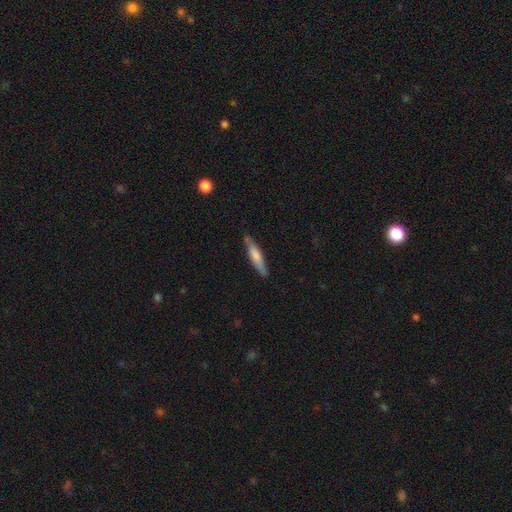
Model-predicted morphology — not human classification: The model was most divided on "smooth or featured": smooth: 61%, featured or disk: 34%, star or artifact: 5%. More confident: how rounded — cigar-shaped (85%); merging — none (80%).